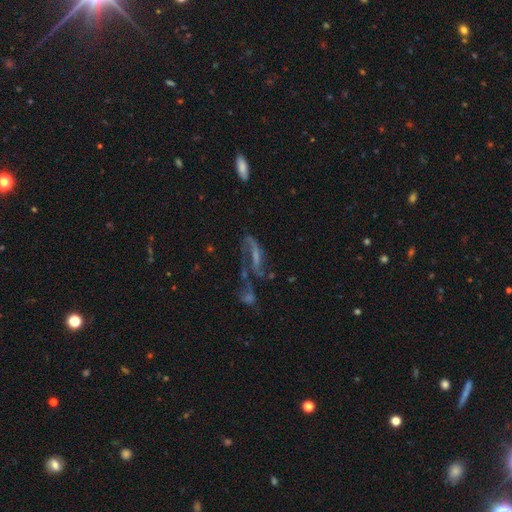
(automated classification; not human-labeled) Smooth or featured: featured or disk — 64% (smooth — 20%)
Edge-on disk: no — 84% (yes — 16%)
Bar: no — 42% (weak — 34%)
Spiral arms: yes — 65% (no — 35%)
Bulge size: none — 44% (small — 34%)
Merging: major disturbance — 35% (merger — 26%)